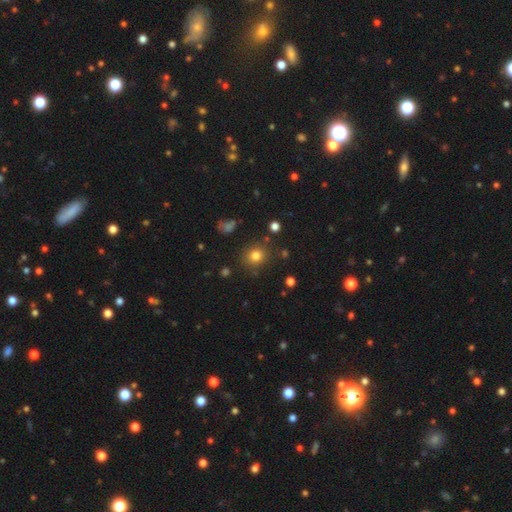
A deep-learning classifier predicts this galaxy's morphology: Overall: smooth (79%). How rounded: round (79%). Merging: none (83%).